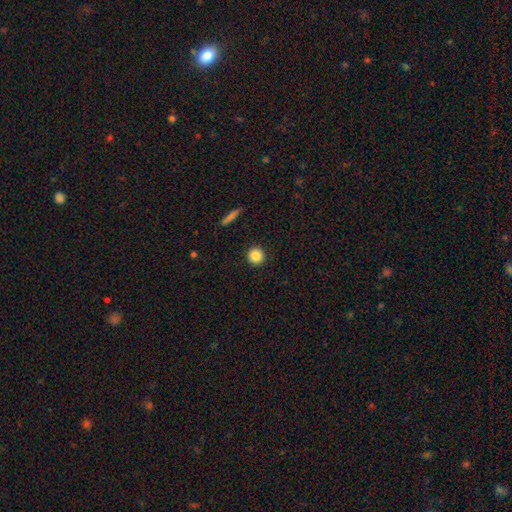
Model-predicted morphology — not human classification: The model was most divided on "smooth or featured": smooth: 86%, star or artifact: 9%, featured or disk: 5%. More confident: how rounded — round (95%); merging — none (93%).